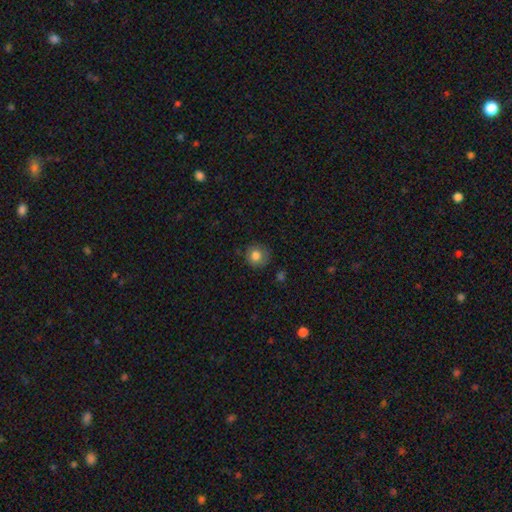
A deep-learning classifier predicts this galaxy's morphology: A smooth galaxy with no disk features (80%) that is round (90%).

Vote fractions:
- Smooth or featured? smooth: 80% / featured or disk: 10% / star or artifact: 10%
- How rounded? round: 90% / in between: 9% / cigar-shaped: 1%
- Merging? none: 81% / minor disturbance: 14% / major disturbance: 4% / merger: 2%